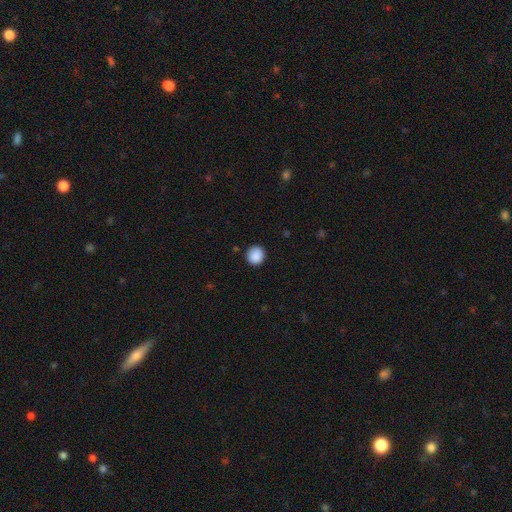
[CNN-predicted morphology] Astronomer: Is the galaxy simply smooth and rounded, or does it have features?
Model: smooth — 89%.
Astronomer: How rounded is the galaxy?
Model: round — 91%.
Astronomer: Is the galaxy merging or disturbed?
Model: none — 90%.